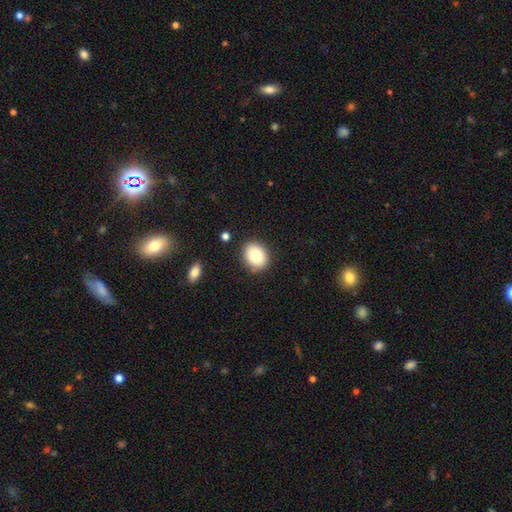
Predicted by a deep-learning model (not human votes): A smooth galaxy with no disk features (84%) that is in between round and cigar-shaped (54%). Merging: none (85%).